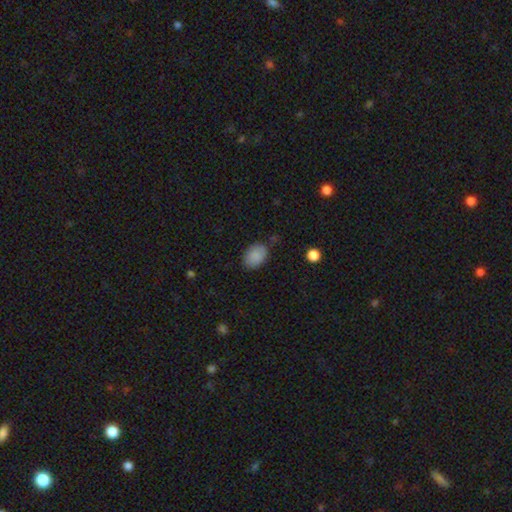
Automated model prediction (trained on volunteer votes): Overall: smooth (87%). How rounded: in between (81%). Merging: none (76%).